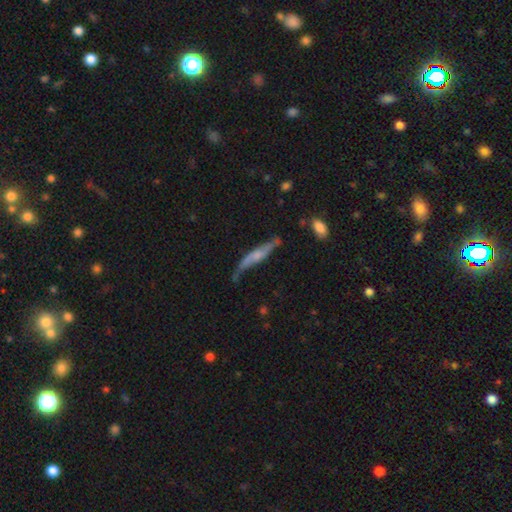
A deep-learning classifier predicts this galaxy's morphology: Q: Smooth or featured?
A: featured or disk (55%); runner-up: smooth (38%)
Q: Edge-on disk?
A: yes (66%); runner-up: no (34%)
Q: Merging?
A: none (49%); runner-up: minor disturbance (32%)